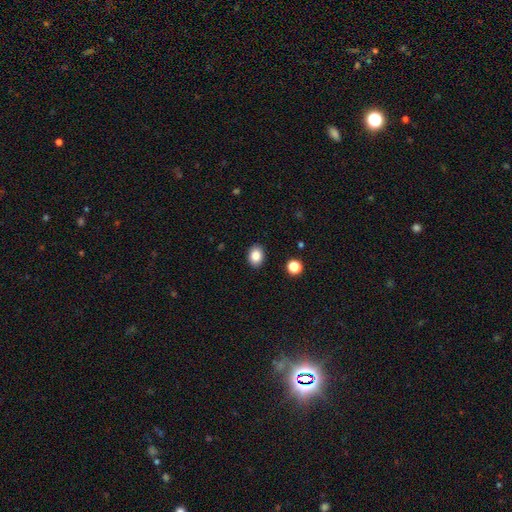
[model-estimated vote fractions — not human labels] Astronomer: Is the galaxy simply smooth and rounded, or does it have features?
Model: smooth — 86%.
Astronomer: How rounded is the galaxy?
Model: in between — 61% (runner-up: round, 38%).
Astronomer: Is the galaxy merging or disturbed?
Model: none — 89%.